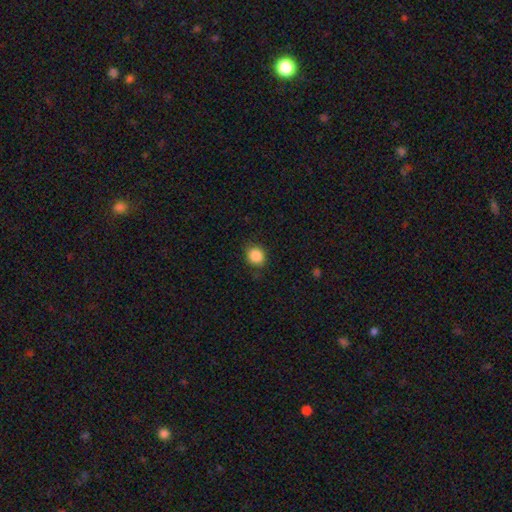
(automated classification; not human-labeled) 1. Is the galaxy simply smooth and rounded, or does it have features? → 88% smooth, 9% star or artifact, 3% featured or disk.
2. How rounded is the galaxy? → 76% round, 24% in between, 1% cigar-shaped.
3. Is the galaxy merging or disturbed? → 83% none, 13% minor disturbance, 3% major disturbance, 1% merger.